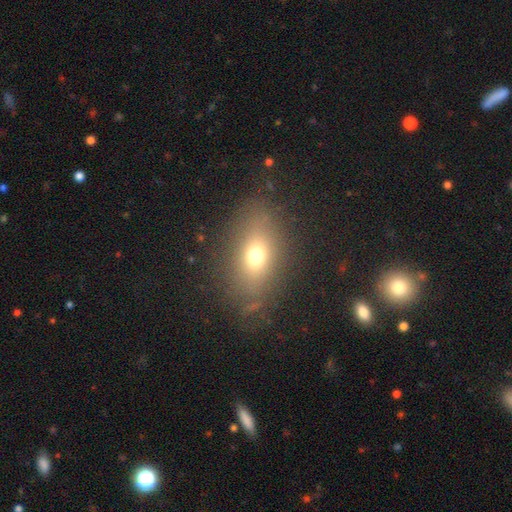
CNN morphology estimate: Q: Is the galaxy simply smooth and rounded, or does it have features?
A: smooth — 67%.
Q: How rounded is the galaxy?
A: in between — 72%.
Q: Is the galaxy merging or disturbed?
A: none — 78%.